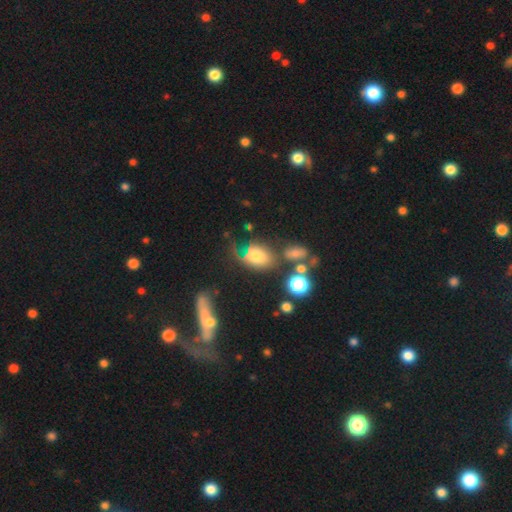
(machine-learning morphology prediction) Smooth or featured: smooth — 65% (featured or disk — 20%)
How rounded: in between — 67% (round — 31%)
Merging: none — 39% (major disturbance — 22%)